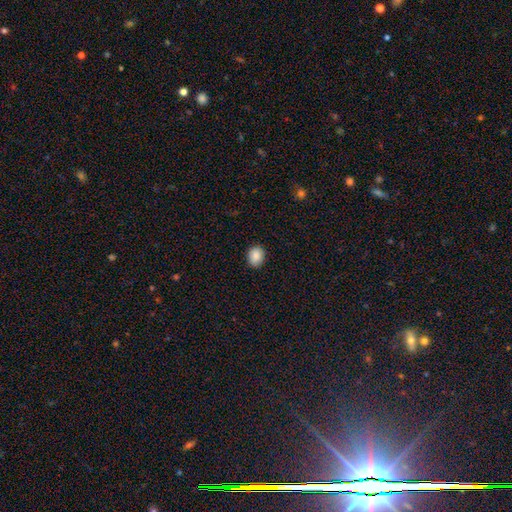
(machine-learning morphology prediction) Overall: smooth (88%). How rounded: round (50%; in between 49%). Merging: none (89%).